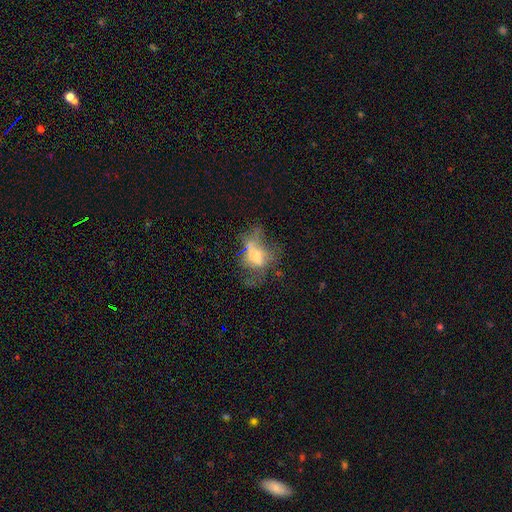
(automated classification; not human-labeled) smooth-or-featured: featured or disk: 44% | smooth: 41% | star or artifact: 14%
  merging: major disturbance: 42% | none: 29% | minor disturbance: 19% | merger: 9%